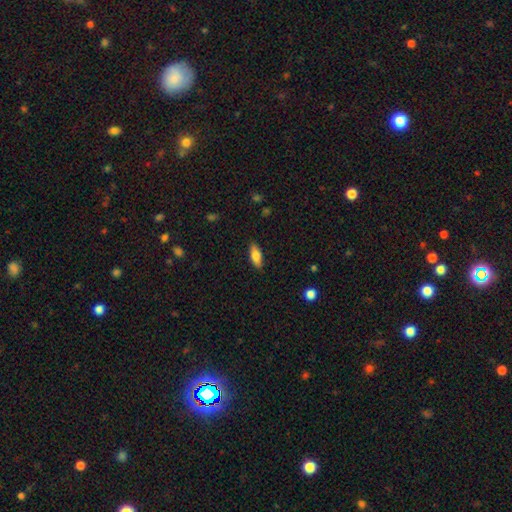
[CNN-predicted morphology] Smooth or featured? smooth (76%)
How rounded? in between (72%)
Merging? none (87%)